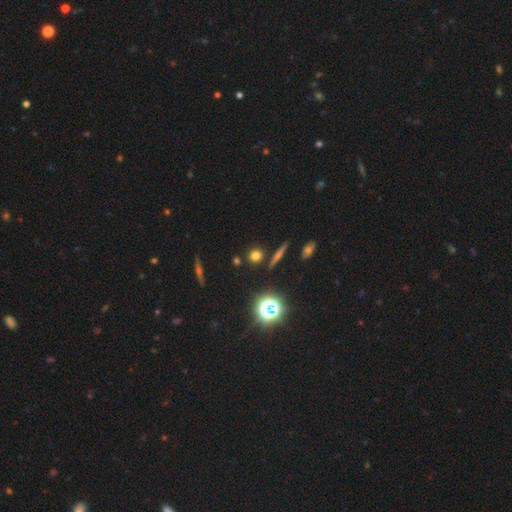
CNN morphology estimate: Overall: smooth (64%). How rounded: round (88%). Merging: none (85%).